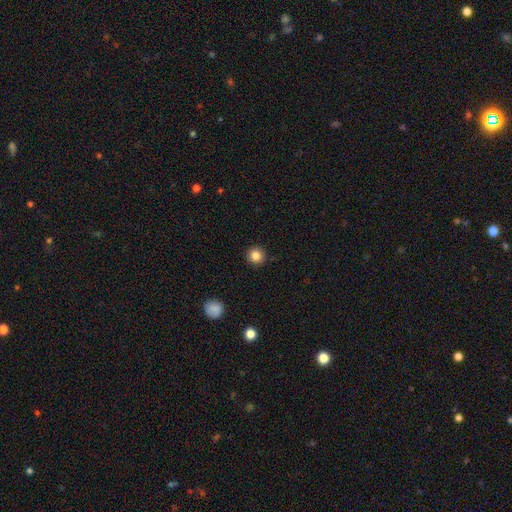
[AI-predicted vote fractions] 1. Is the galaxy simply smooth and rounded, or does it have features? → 84% smooth, 11% star or artifact, 5% featured or disk.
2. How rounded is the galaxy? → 96% round, 3% in between, 1% cigar-shaped.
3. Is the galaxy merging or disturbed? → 93% none, 5% minor disturbance, 2% major disturbance, 1% merger.